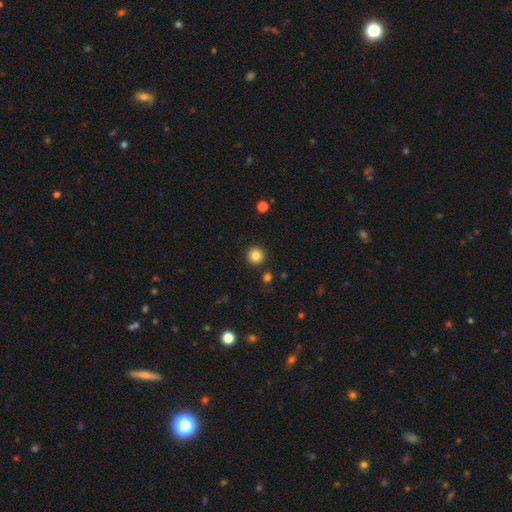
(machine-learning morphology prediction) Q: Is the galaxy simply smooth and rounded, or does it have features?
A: smooth — 84%.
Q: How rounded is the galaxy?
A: round — 95%.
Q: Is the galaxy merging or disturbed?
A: none — 92%.